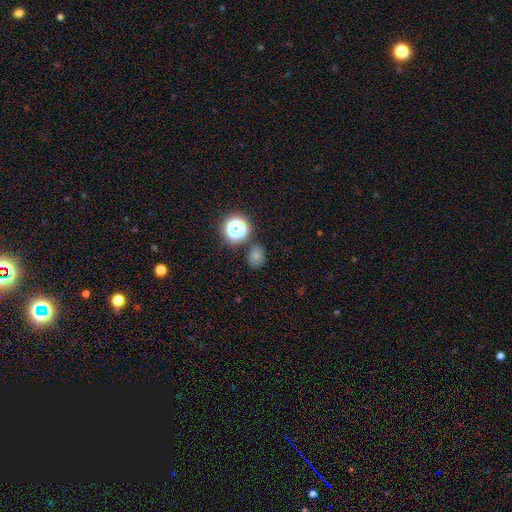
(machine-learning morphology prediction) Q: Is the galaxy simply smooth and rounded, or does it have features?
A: smooth — 71%.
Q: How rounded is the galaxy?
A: round — 64%.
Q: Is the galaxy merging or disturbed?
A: none — 75%.